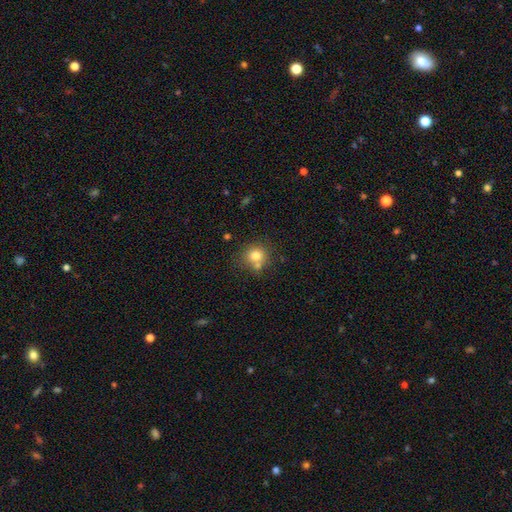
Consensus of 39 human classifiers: Smooth or featured: smooth — 77% (featured or disk — 15%)
How rounded: round — 90% (in between — 10%)
Merging: none — 69% (minor disturbance — 14%)